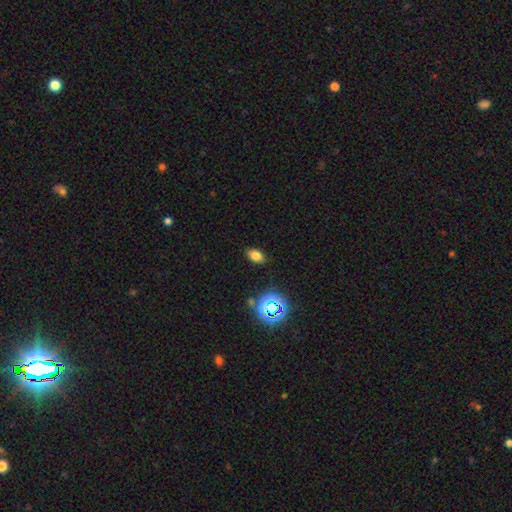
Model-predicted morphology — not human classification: Overall: smooth (73%). How rounded: in between (86%). Merging: none (86%).